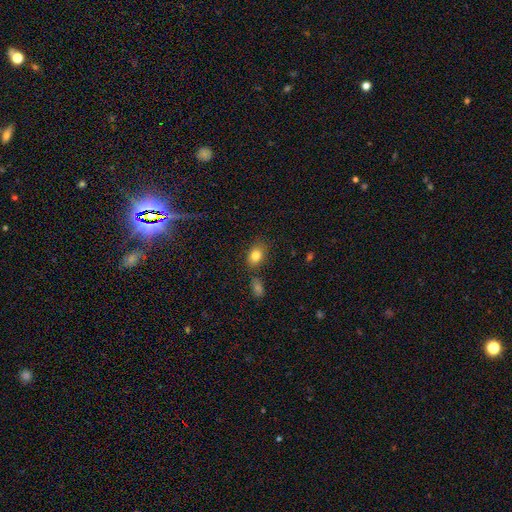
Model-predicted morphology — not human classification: type=smooth (82%); roundness=in between (71%); merging=none (77%).